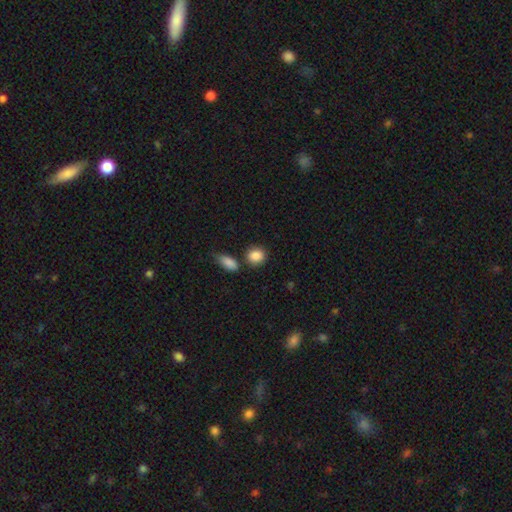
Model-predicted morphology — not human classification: smooth-or-featured: smooth: 88% | star or artifact: 7% | featured or disk: 4%
  how-rounded: round: 67% | in between: 31% | cigar-shaped: 2%
  merging: none: 73% | minor disturbance: 12% | merger: 11% | major disturbance: 3%